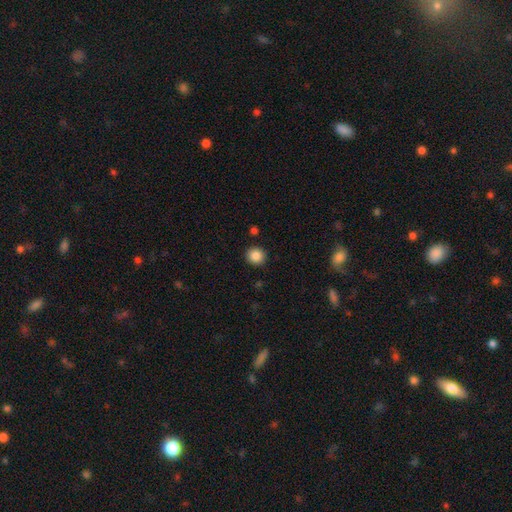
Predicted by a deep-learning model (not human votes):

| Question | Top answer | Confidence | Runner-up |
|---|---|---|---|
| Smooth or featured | smooth | 86% | star or artifact (10%) |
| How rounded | round | 91% | in between (8%) |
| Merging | none | 91% | minor disturbance (5%) |